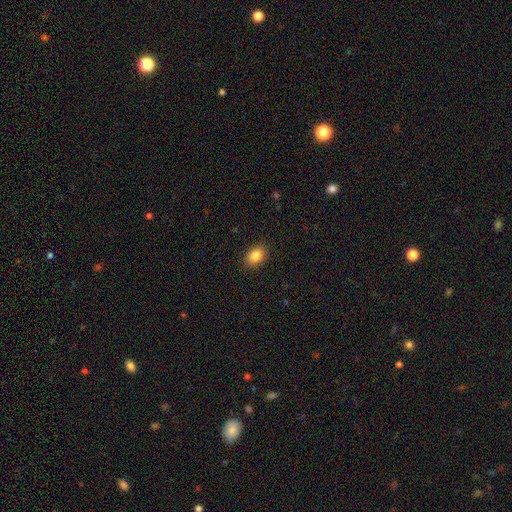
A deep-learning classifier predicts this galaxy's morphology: smooth-or-featured: smooth: 86% | star or artifact: 8% | featured or disk: 6%
  how-rounded: in between: 80% | round: 19% | cigar-shaped: 1%
  merging: none: 89% | minor disturbance: 8% | major disturbance: 2% | merger: 1%